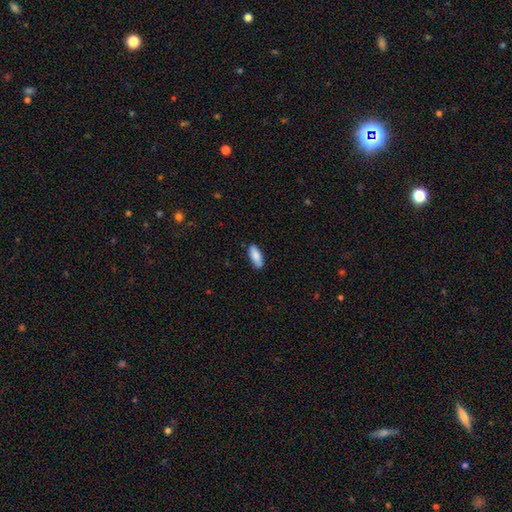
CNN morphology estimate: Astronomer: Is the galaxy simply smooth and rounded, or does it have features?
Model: smooth — 86%.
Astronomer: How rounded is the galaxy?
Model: in between — 77%.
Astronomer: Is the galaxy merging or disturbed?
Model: none — 86%.